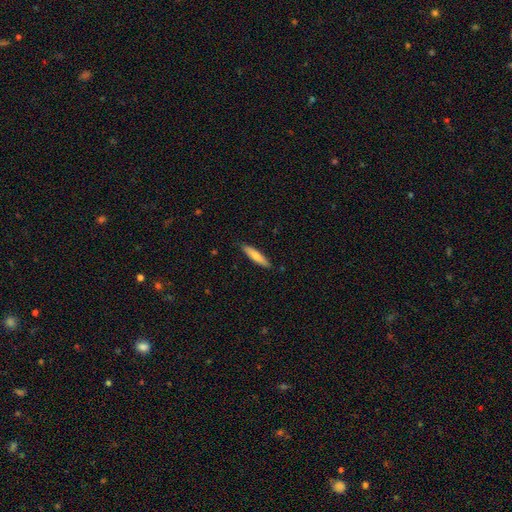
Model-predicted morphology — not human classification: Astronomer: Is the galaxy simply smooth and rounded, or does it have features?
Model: smooth — 74%.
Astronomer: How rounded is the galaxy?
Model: cigar-shaped — 83%.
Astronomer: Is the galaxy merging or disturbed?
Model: none — 87%.